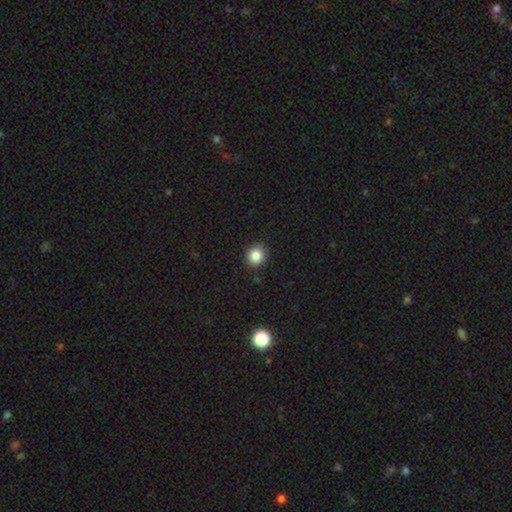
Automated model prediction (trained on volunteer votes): Smooth or featured? Predicted: smooth (p=0.86). How rounded? Predicted: round (p=0.84). Merging? Predicted: none (p=0.87).